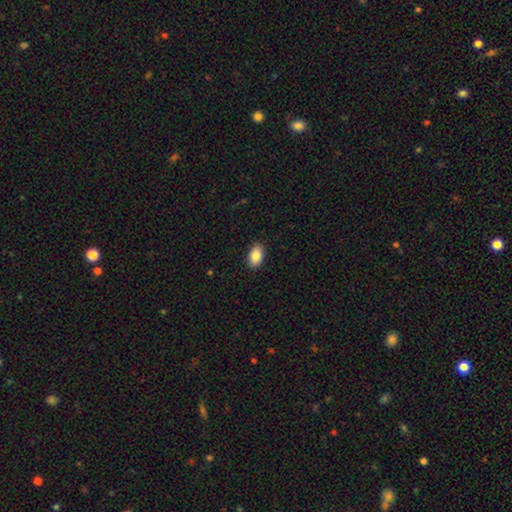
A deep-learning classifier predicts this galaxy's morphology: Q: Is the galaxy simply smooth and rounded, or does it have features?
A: smooth — 87%.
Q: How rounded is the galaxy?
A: in between — 92%.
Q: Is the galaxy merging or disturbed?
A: none — 89%.